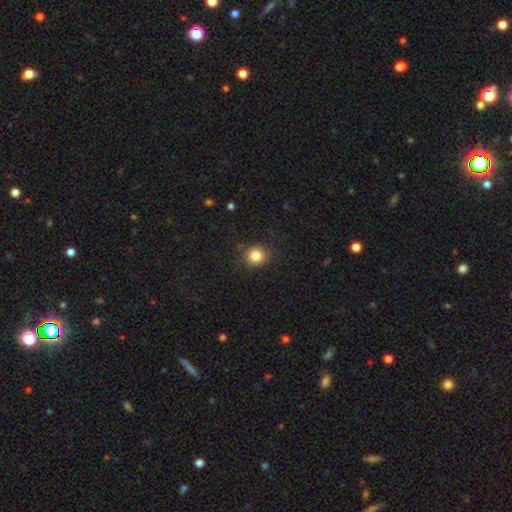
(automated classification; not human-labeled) Morphology: type=smooth (83%); roundness=round (86%); merging=none (86%).